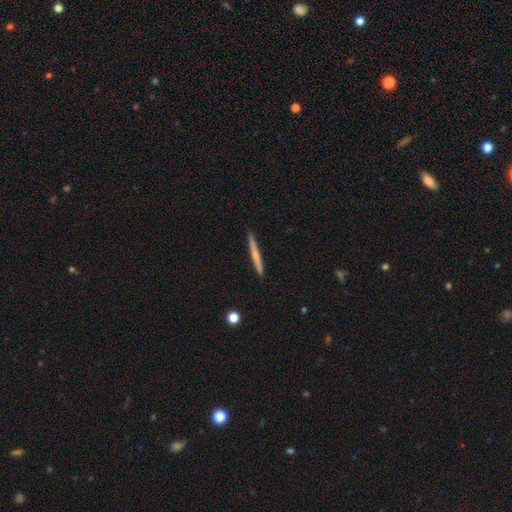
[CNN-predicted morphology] Smooth or featured? Predicted: smooth (p=0.49). Merging? Predicted: none (p=0.92).